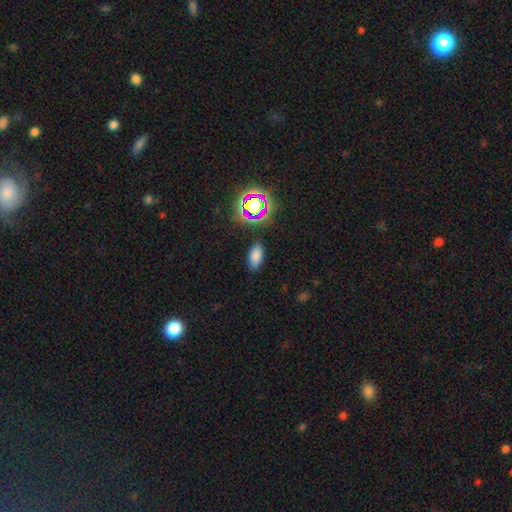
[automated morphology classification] type=smooth (75%); roundness=in between (91%); merging=none (86%).